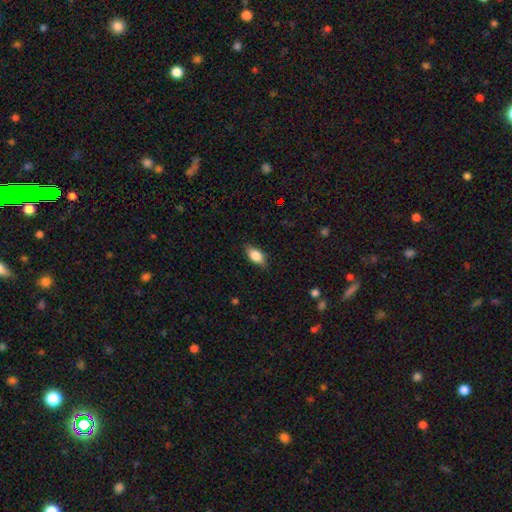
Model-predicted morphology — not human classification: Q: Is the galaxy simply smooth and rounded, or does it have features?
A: smooth — 78%.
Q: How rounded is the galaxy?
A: in between — 85%.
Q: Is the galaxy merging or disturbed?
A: none — 82%.